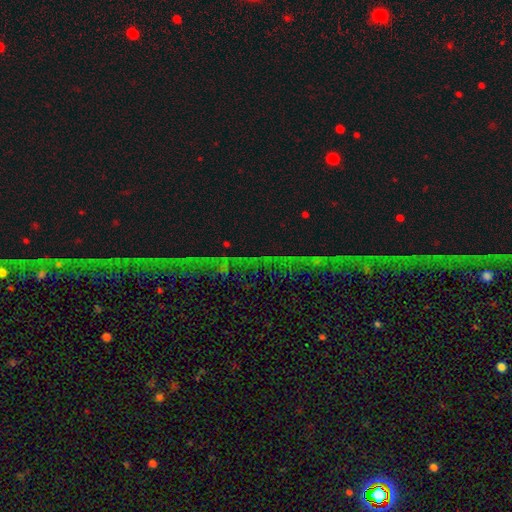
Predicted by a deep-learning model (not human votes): This appears to be a star or artifact, not a galaxy (72%).